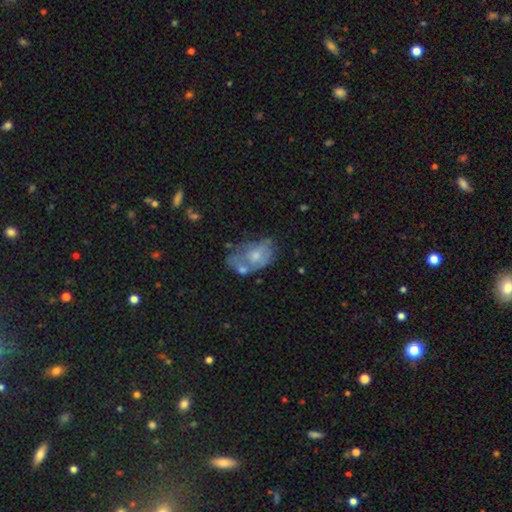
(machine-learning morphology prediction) This is possibly a smooth galaxy (48%). Merging: marginally merger (30%).